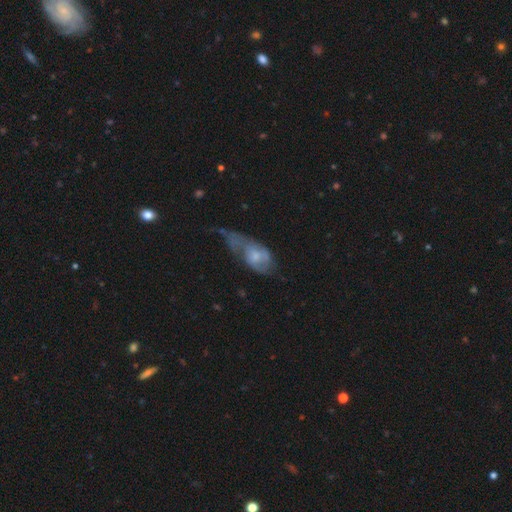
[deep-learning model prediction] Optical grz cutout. It shows a featured or disk galaxy (49%). Merging: major disturbance (48%).